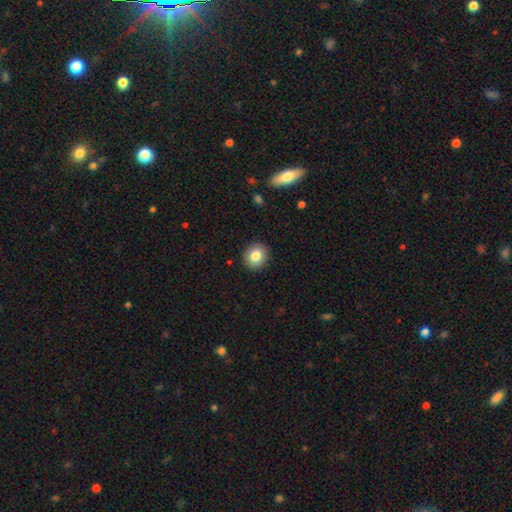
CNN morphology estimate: Smooth or featured?
  - smooth: 82% *
  - star or artifact: 9%
  - featured or disk: 9%
How rounded?
  - round: 79% *
  - in between: 20%
  - cigar-shaped: 1%
Merging?
  - none: 91% *
  - minor disturbance: 6%
  - major disturbance: 2%
  - merger: 1%